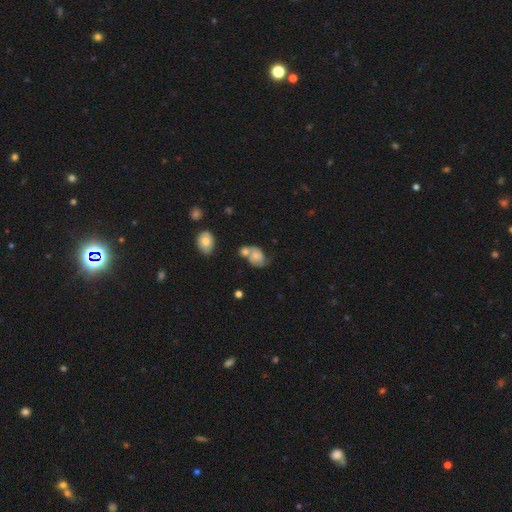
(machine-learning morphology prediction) type=smooth (45%, tied with featured or disk); merging=merger (36%).